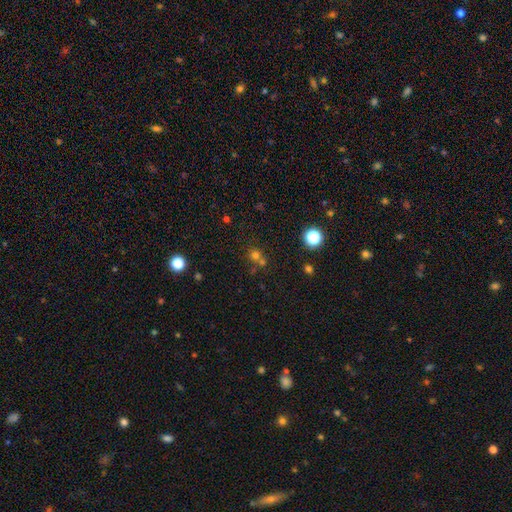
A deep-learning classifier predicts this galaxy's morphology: A smooth galaxy with no disk features (61%) that is round (87%).

Vote fractions:
- Smooth or featured? smooth: 61% / star or artifact: 29% / featured or disk: 10%
- How rounded? round: 87% / in between: 12% / cigar-shaped: 1%
- Merging? none: 55% / merger: 34% / minor disturbance: 7% / major disturbance: 4%